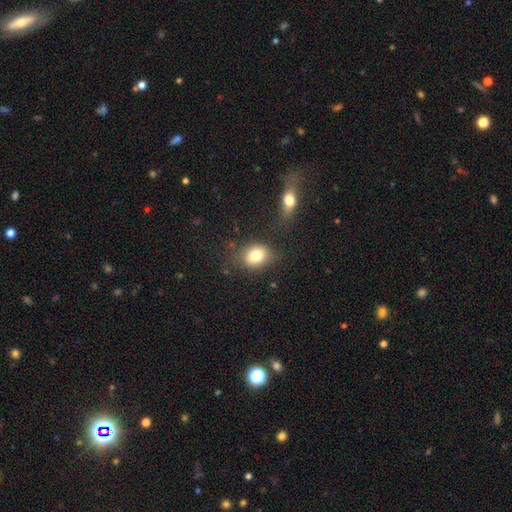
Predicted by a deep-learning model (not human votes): The model was most divided on "how rounded": in between: 50%, round: 49%, cigar-shaped: 1%. More confident: smooth or featured — smooth (78%); merging — none (70%).